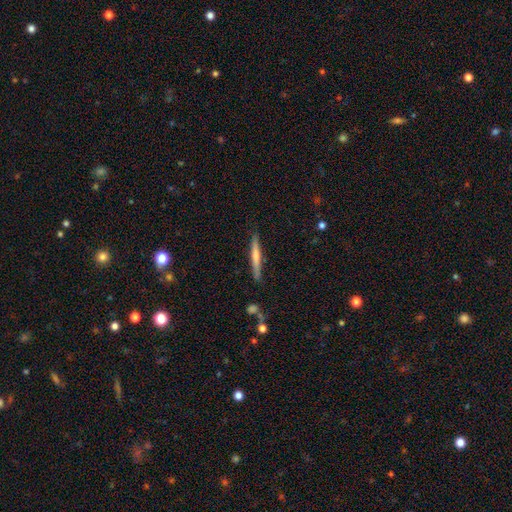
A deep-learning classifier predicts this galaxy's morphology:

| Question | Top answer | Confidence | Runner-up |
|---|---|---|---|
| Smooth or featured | featured or disk | 60% | smooth (33%) |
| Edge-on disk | yes | 97% | no (3%) |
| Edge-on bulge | rounded | 65% | none (28%) |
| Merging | none | 89% | minor disturbance (8%) |